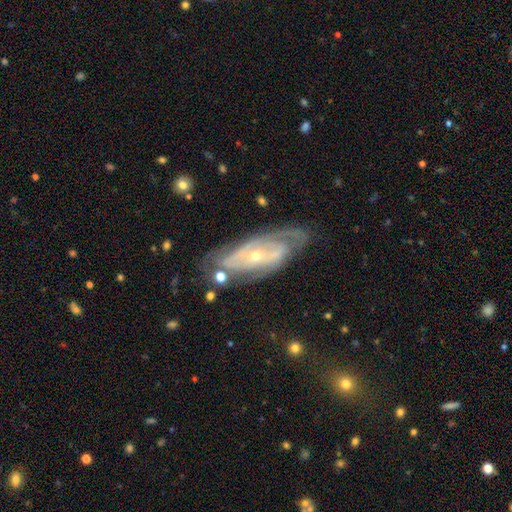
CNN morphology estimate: A featured or disk galaxy (84%) with no bar (60%), 2 (41%) tight (60%) spiral arms (87%) and a small central bulge (61%). Merging: none (67%).